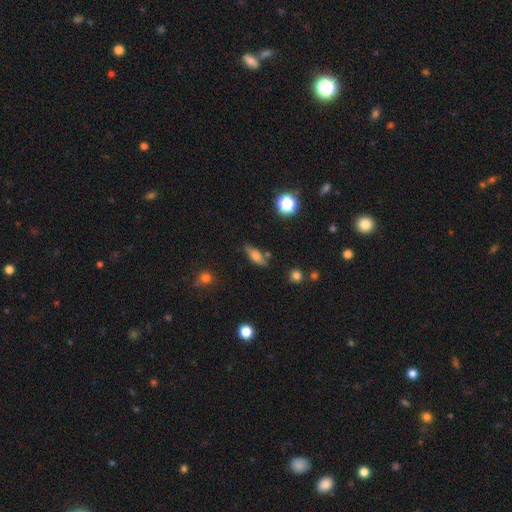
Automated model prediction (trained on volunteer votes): Smooth or featured?
  - smooth: 63% *
  - featured or disk: 27%
  - star or artifact: 10%
How rounded?
  - in between: 65% *
  - cigar-shaped: 30%
  - round: 6%
Merging?
  - none: 75% *
  - minor disturbance: 16%
  - merger: 5%
  - major disturbance: 4%